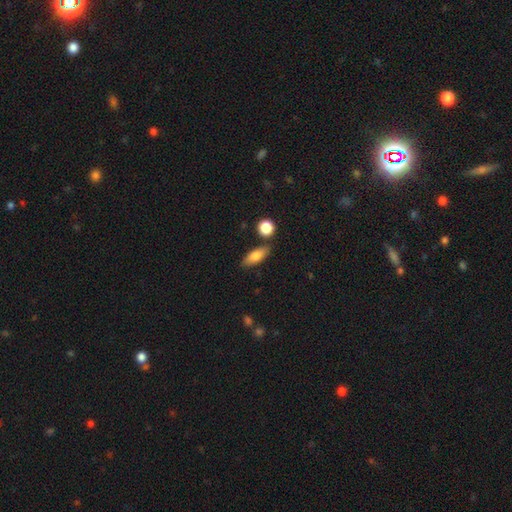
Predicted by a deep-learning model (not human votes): Smooth or featured?
  - smooth: 77% *
  - featured or disk: 16%
  - star or artifact: 7%
How rounded?
  - in between: 70% *
  - cigar-shaped: 25%
  - round: 4%
Merging?
  - none: 79% *
  - minor disturbance: 12%
  - merger: 6%
  - major disturbance: 3%